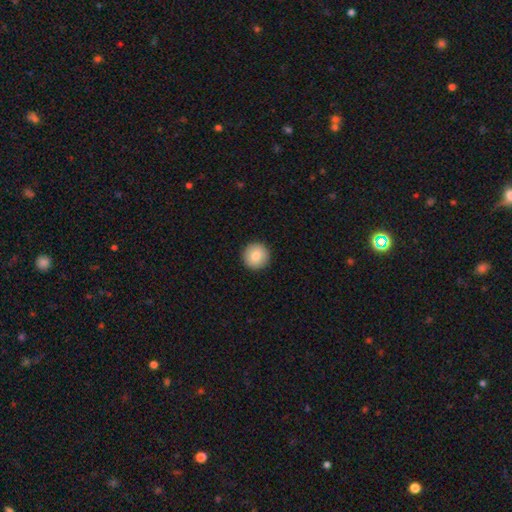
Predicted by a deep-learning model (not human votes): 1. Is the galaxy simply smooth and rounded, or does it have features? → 81% smooth, 11% featured or disk, 7% star or artifact.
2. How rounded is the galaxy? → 96% round, 3% in between, 1% cigar-shaped.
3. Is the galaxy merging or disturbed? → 93% none, 5% minor disturbance, 1% major disturbance, 1% merger.